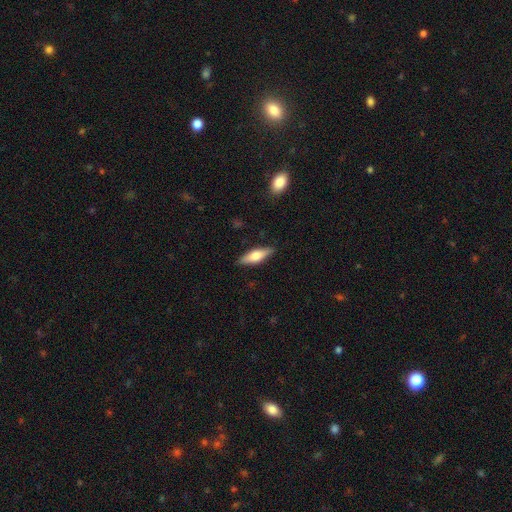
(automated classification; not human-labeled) Morphology: type=smooth (55%); roundness=in between (51%); merging=none (87%).